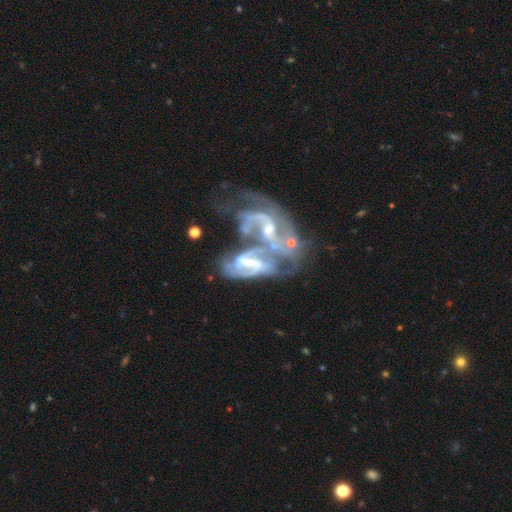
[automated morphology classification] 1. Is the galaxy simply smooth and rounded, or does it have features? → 81% featured or disk, 10% star or artifact, 9% smooth.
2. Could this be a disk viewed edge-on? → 96% no, 4% yes.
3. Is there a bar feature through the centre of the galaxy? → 46% no, 35% weak, 19% strong.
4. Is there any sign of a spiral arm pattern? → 80% yes, 20% no.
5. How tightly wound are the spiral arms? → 39% medium, 31% loose, 30% tight.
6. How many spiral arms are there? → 51% 2, 23% can't tell, 9% 1, 8% 3, 5% 4, 5% more than 4.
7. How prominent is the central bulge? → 51% small, 32% moderate, 10% none, 4% large, 2% dominant.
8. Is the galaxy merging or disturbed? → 71% merger, 12% none, 10% major disturbance, 7% minor disturbance.